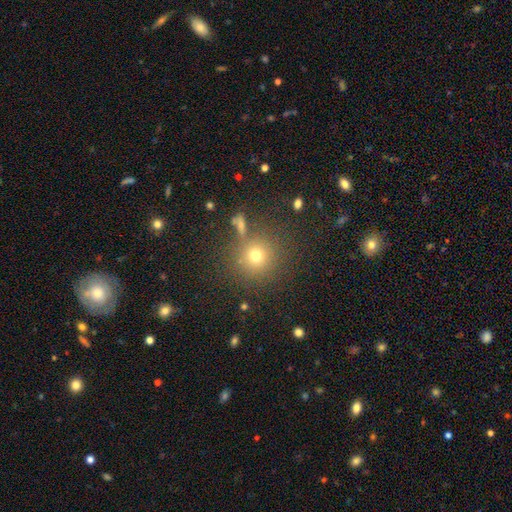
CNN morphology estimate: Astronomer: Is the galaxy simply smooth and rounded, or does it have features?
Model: smooth — 70%.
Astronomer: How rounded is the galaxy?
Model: round — 93%.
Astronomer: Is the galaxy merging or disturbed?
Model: none — 81%.